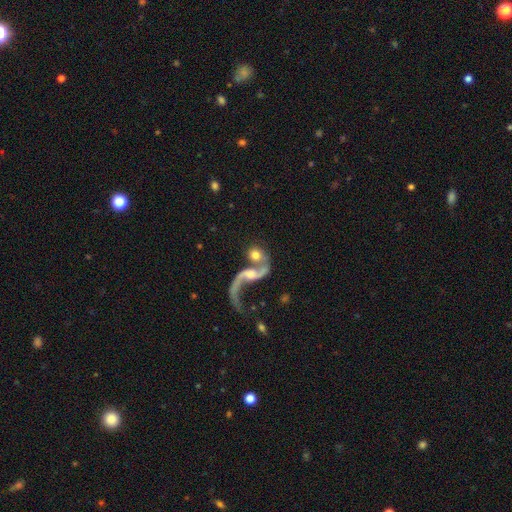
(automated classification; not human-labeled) Q: Smooth or featured?
A: featured or disk (63%); runner-up: smooth (28%)
Q: Edge-on disk?
A: no (95%); runner-up: yes (5%)
Q: Bar?
A: no (56%); runner-up: weak (33%)
Q: Spiral arms?
A: yes (81%); runner-up: no (19%)
Q: Bulge size?
A: moderate (39%); runner-up: small (30%)
Q: Merging?
A: merger (46%); runner-up: none (30%)